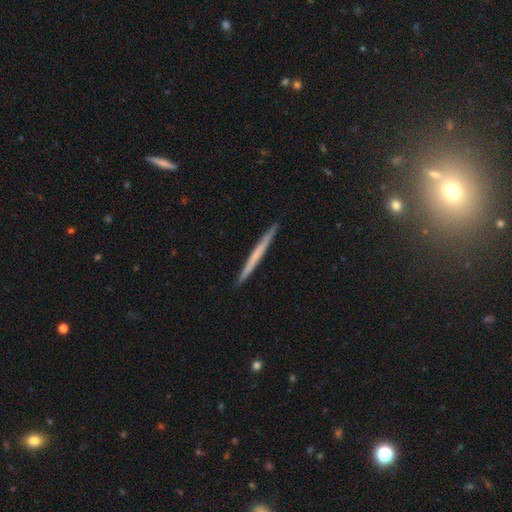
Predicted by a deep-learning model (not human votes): smooth-or-featured: featured or disk: 50% | smooth: 45% | star or artifact: 5%
  merging: none: 93% | minor disturbance: 5% | major disturbance: 1% | merger: 1%